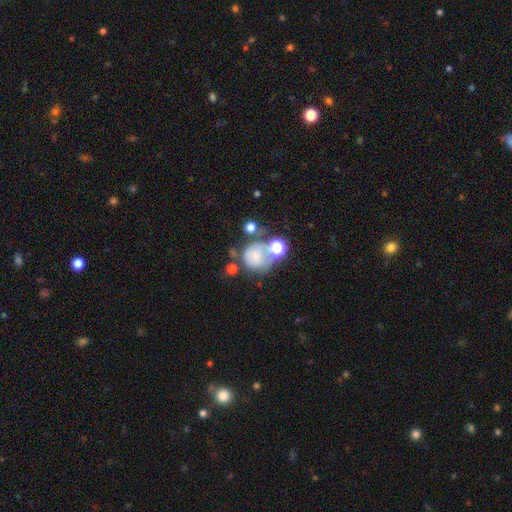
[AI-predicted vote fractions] The model was most divided on "merging": none: 35%, merger: 27%, major disturbance: 19%, minor disturbance: 18%. More confident: how rounded — round (78%); smooth or featured — smooth (60%).